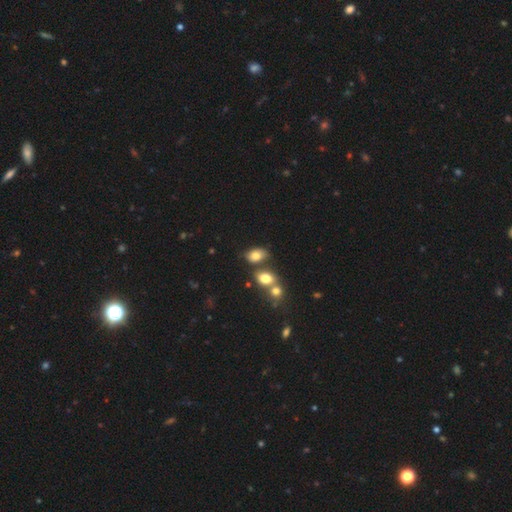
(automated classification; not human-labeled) Smooth or featured: smooth — 78% (star or artifact — 11%)
How rounded: in between — 82% (round — 17%)
Merging: none — 52% (merger — 27%)